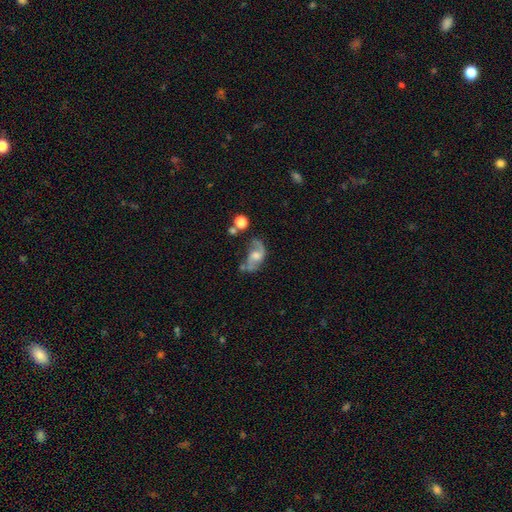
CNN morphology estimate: Smooth or featured?
  - featured or disk: 77% *
  - smooth: 14%
  - star or artifact: 8%
Edge-on disk?
  - no: 96% *
  - yes: 4%
Bar?
  - no: 54% *
  - weak: 38%
  - strong: 9%
Spiral arms?
  - yes: 90% *
  - no: 10%
Spiral winding?
  - loose: 53% *
  - medium: 37%
  - tight: 10%
Spiral arm count?
  - 2: 83% *
  - 1: 8%
  - can't tell: 5%
  - 3: 1%
  - 4: 1%
  - more than 4: 1%
Bulge size?
  - moderate: 52% *
  - small: 26%
  - large: 12%
  - none: 9%
  - dominant: 2%
Merging?
  - none: 47% *
  - minor disturbance: 22%
  - major disturbance: 19%
  - merger: 13%